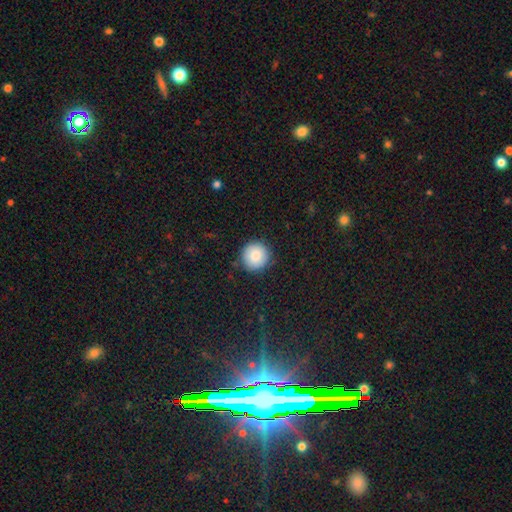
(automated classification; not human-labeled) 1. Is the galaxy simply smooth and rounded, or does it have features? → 85% smooth, 8% star or artifact, 7% featured or disk.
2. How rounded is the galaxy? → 95% round, 4% in between, 1% cigar-shaped.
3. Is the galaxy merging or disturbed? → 89% none, 8% minor disturbance, 2% major disturbance, 1% merger.